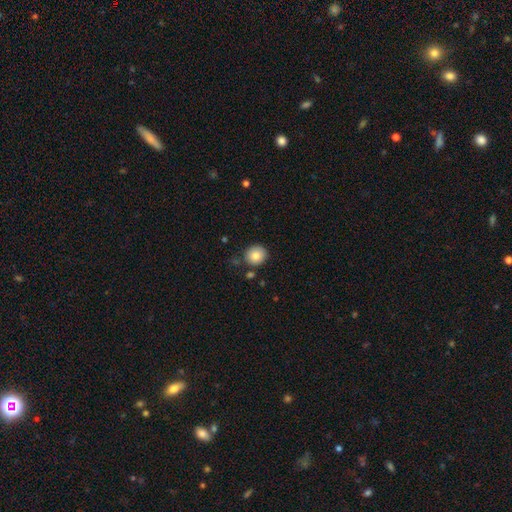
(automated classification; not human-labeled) Smooth or featured? smooth (83%)
How rounded? round (89%)
Merging? none (82%)